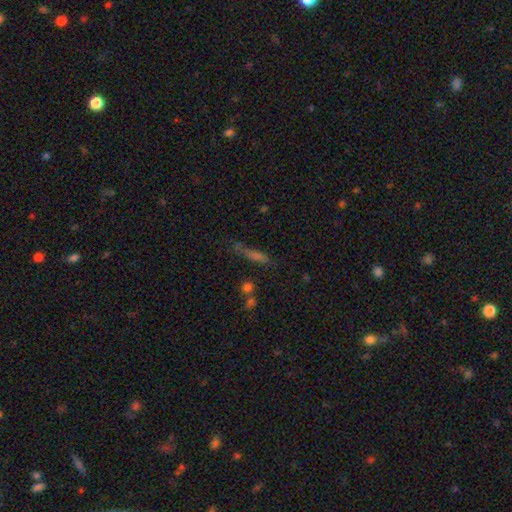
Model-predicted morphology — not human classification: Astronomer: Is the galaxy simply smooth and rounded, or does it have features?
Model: smooth — 49% (runner-up: star or artifact, 26%).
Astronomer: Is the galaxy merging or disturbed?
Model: none — 62%.